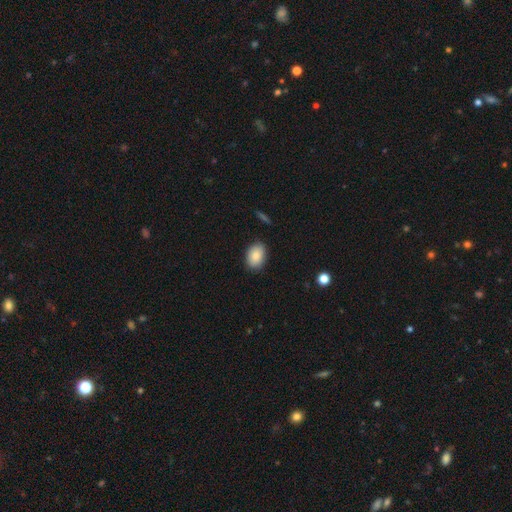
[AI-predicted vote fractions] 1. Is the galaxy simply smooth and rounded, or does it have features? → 87% smooth, 7% star or artifact, 6% featured or disk.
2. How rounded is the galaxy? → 83% in between, 16% round, 1% cigar-shaped.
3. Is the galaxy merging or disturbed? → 87% none, 10% minor disturbance, 2% major disturbance, 1% merger.